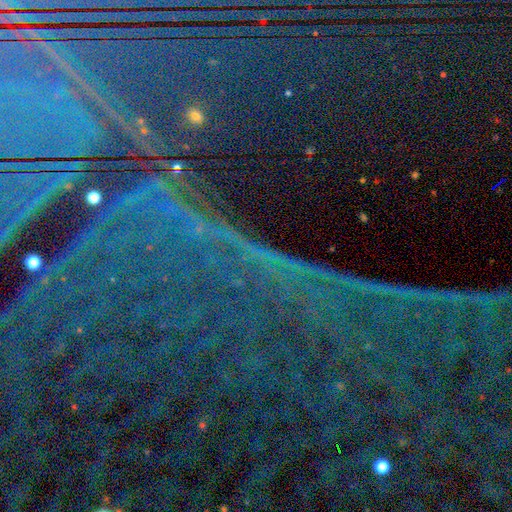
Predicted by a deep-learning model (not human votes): Smooth or featured: star or artifact — 86% (featured or disk — 8%)